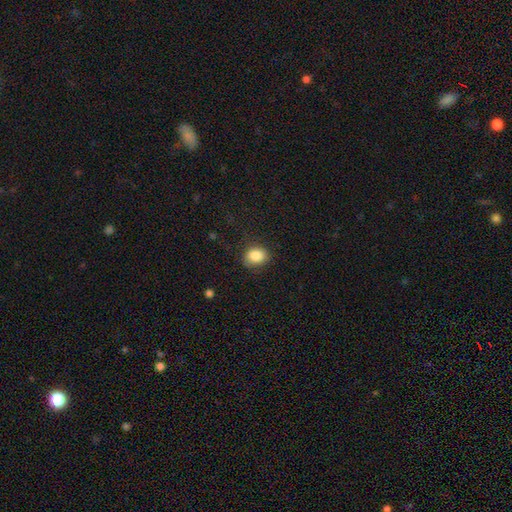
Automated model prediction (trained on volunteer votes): This appears to be a smooth galaxy with no disk features (87%) that is in between round and cigar-shaped (54%). Merging: none (78%).